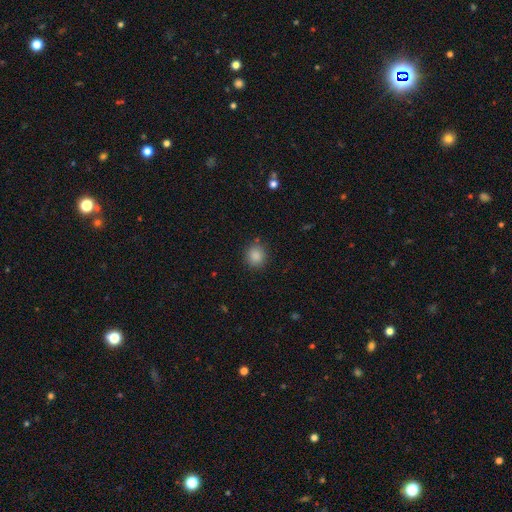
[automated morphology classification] type=smooth (87%); roundness=round (86%); merging=none (87%).